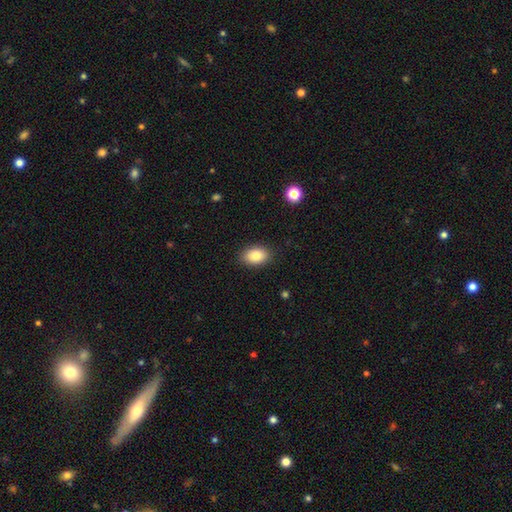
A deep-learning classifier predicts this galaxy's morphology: smooth_or_featured: smooth (p=0.84) [alt: featured or disk p=0.08]
how_rounded: in between (p=0.88) [alt: round p=0.11]
merging: none (p=0.88) [alt: minor disturbance p=0.09]